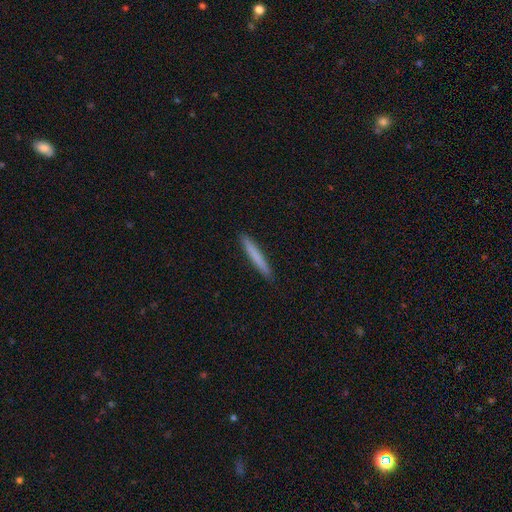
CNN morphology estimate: A smooth galaxy with no disk features (75%) that is cigar-shaped (97%). Merging: none (92%).